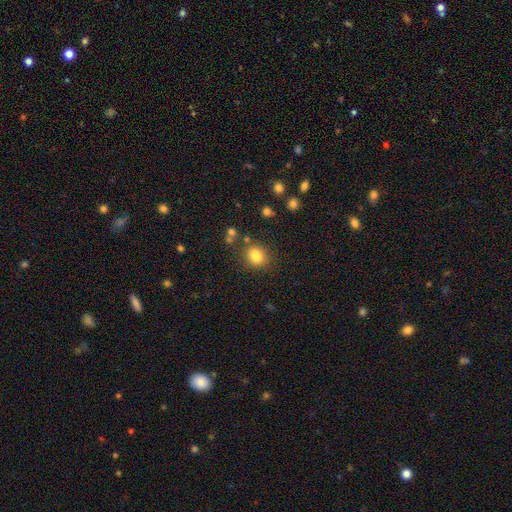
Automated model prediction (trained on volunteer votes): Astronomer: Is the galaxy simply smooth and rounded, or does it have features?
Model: smooth — 79%.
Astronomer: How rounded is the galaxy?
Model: in between — 54% (runner-up: round, 45%).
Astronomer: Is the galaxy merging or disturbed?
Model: none — 65%.